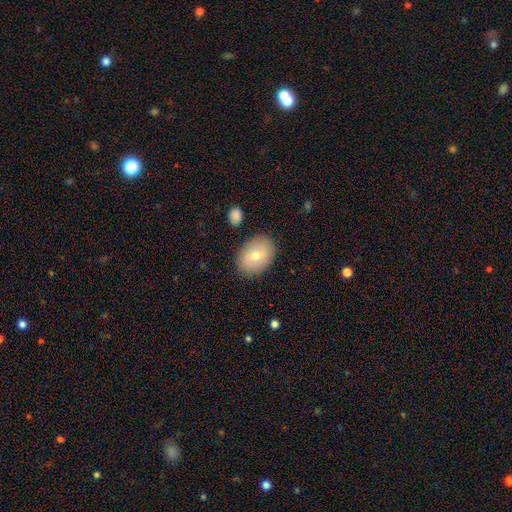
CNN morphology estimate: Q: Smooth or featured?
A: smooth (68%); runner-up: featured or disk (25%)
Q: How rounded?
A: in between (75%); runner-up: round (23%)
Q: Merging?
A: none (86%); runner-up: minor disturbance (10%)